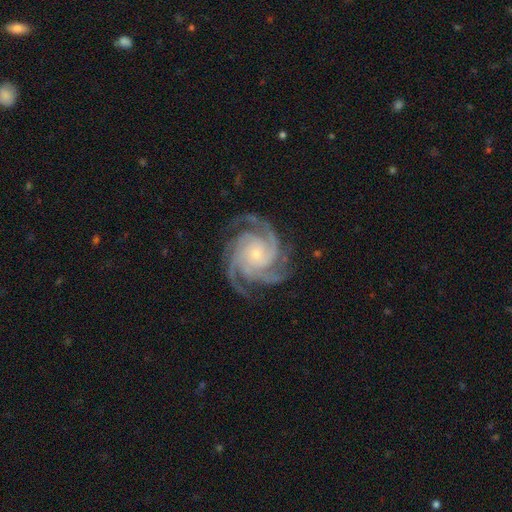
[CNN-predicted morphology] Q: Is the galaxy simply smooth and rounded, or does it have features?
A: featured or disk — 94%.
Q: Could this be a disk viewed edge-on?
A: no — 98%.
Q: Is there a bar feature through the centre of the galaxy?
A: no — 75%.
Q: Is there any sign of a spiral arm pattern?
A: yes — 99%.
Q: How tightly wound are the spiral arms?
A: tight — 64%.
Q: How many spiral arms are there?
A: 4 — 38%.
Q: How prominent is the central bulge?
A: small — 75%.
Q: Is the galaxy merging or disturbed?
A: none — 79%.